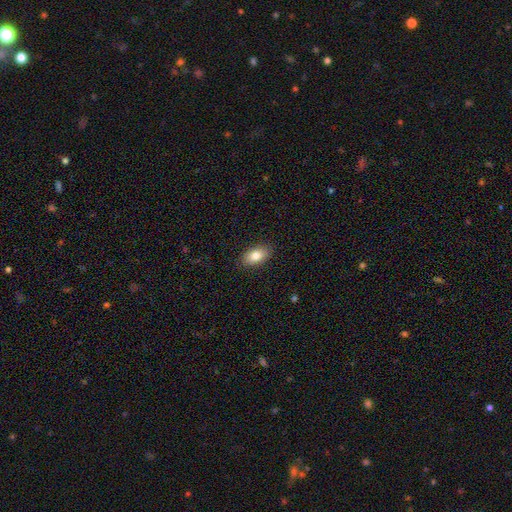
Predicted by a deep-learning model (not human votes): This is clearly a smooth galaxy (82%). How rounded: clearly in between (92%). Merging: clearly none (88%).